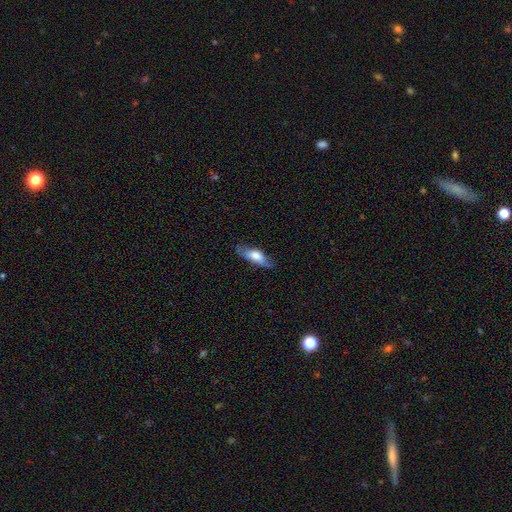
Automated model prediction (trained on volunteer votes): This appears to be a smooth galaxy with no disk features (63%) that is in between round and cigar-shaped (59%). Merging: none (73%).